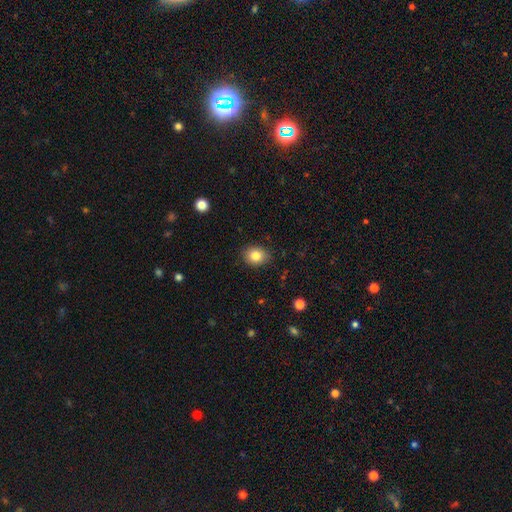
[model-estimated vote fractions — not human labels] Overall: smooth (83%). How rounded: round (60%; in between 39%). Merging: none (88%).